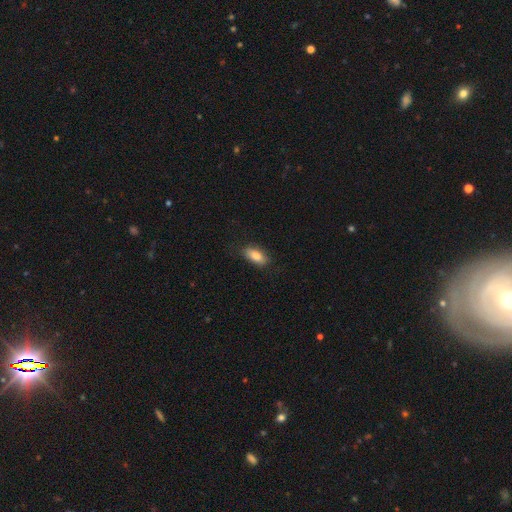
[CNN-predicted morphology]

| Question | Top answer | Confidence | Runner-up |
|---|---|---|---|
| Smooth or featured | smooth | 85% | featured or disk (8%) |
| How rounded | in between | 88% | cigar-shaped (8%) |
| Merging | none | 81% | minor disturbance (15%) |